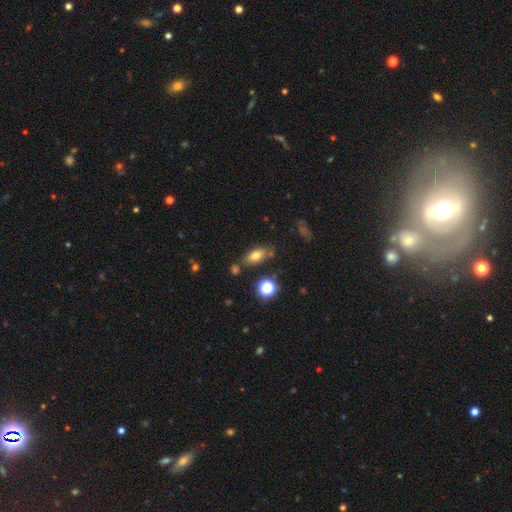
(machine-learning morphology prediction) A smooth galaxy with no disk features (71%) that is in between round and cigar-shaped (79%).

Vote fractions:
- Smooth or featured? smooth: 71% / featured or disk: 16% / star or artifact: 12%
- How rounded? in between: 79% / cigar-shaped: 14% / round: 7%
- Merging? none: 71% / minor disturbance: 16% / merger: 9% / major disturbance: 5%